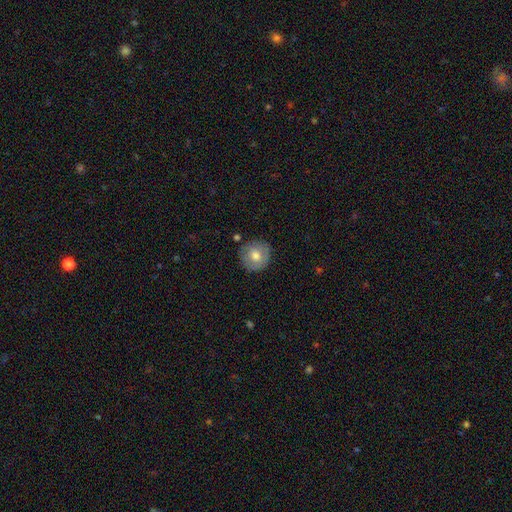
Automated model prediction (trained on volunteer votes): smooth_or_featured: smooth (p=0.67) [alt: featured or disk p=0.25]
how_rounded: round (p=0.93) [alt: in between p=0.06]
merging: none (p=0.82) [alt: minor disturbance p=0.13]